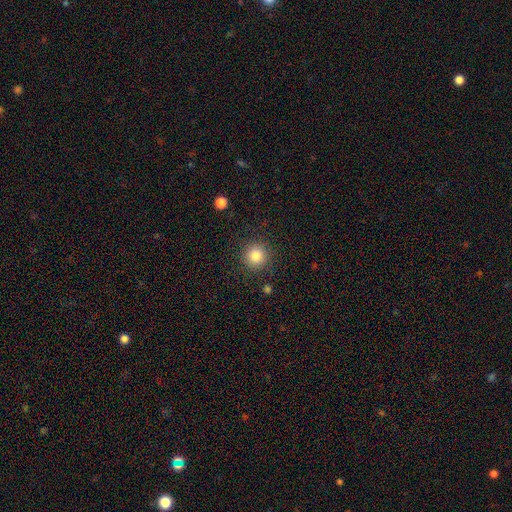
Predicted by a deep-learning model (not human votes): smooth 84%, star or artifact 11%, featured or disk 5%. Down the decision tree: how rounded — round (94%); merging — none (89%).